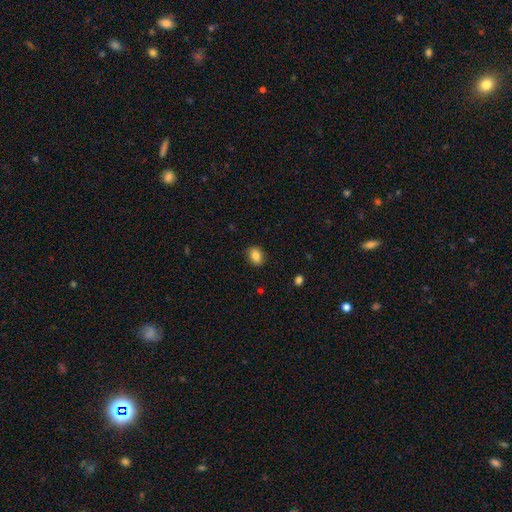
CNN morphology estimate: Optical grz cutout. It shows a smooth galaxy with no disk features (84%) that is in between round and cigar-shaped (62%). Merging: none (88%).